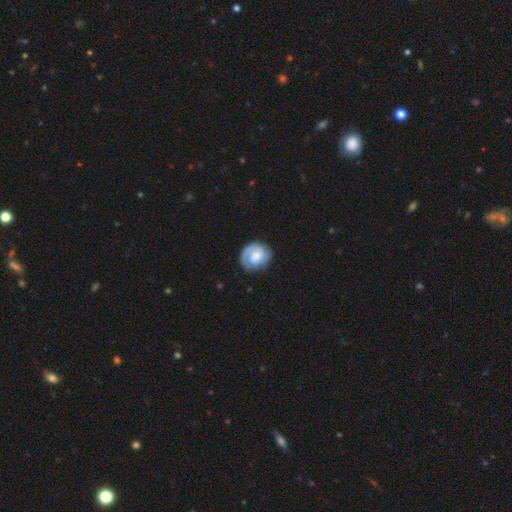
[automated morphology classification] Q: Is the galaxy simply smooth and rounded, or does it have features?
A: featured or disk — 65%.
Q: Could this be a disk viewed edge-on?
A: no — 98%.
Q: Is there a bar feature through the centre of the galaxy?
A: no — 60%.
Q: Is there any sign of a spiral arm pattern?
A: yes — 91%.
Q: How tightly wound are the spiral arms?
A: tight — 60%.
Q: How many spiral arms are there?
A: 1 — 48%.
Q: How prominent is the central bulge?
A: moderate — 40%.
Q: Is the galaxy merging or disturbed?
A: none — 76%.